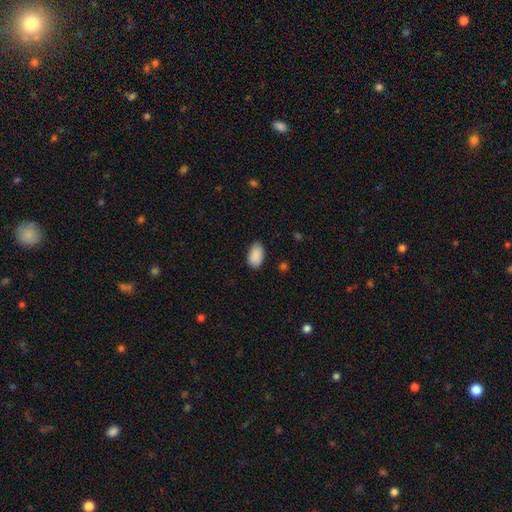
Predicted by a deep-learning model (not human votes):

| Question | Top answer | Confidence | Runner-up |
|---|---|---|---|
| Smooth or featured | smooth | 90% | star or artifact (7%) |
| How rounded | in between | 93% | round (6%) |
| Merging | none | 82% | minor disturbance (14%) |